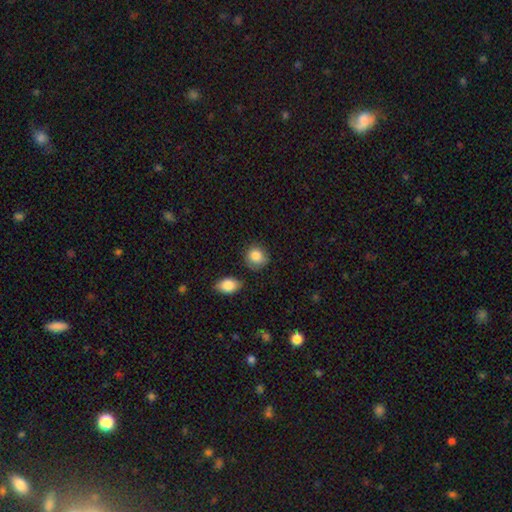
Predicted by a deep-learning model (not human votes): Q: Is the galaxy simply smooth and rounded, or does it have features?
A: smooth — 86%.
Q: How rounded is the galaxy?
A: round — 77%.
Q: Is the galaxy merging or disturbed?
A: none — 70%.